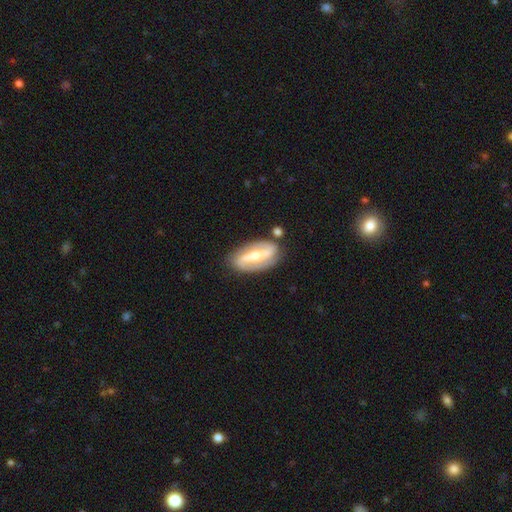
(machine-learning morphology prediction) A featured or disk galaxy (80%) with a strong bar (69%), 2 (90%) medium (39%) spiral arms (86%) and a moderate central bulge (58%).

Vote fractions:
- Smooth or featured? featured or disk: 80% / smooth: 15% / star or artifact: 4%
- Edge-on disk? no: 91% / yes: 9%
- Bar? strong: 69% / weak: 19% / no: 11%
- Spiral arms? yes: 86% / no: 14%
- Spiral winding? medium: 39% / loose: 33% / tight: 28%
- Spiral arm count? 2: 90% / can't tell: 5% / 1: 2% / 3: 1% / 4: 1% / more than 4: 1%
- Bulge size? moderate: 58% / small: 31% / large: 7% / none: 2% / dominant: 2%
- Merging? none: 82% / minor disturbance: 12% / major disturbance: 3% / merger: 3%